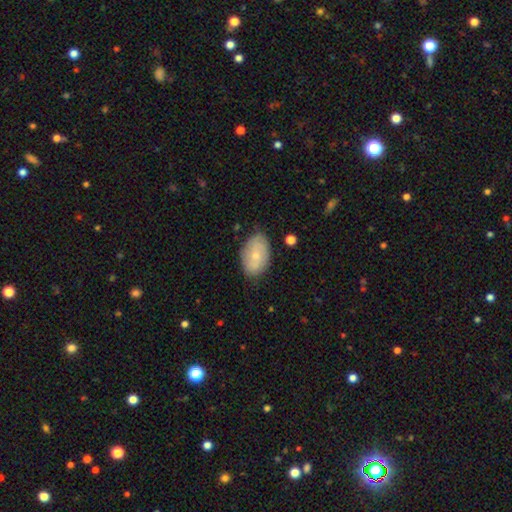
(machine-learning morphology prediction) Smooth or featured? smooth (53%)
How rounded? in between (89%)
Merging? none (77%)